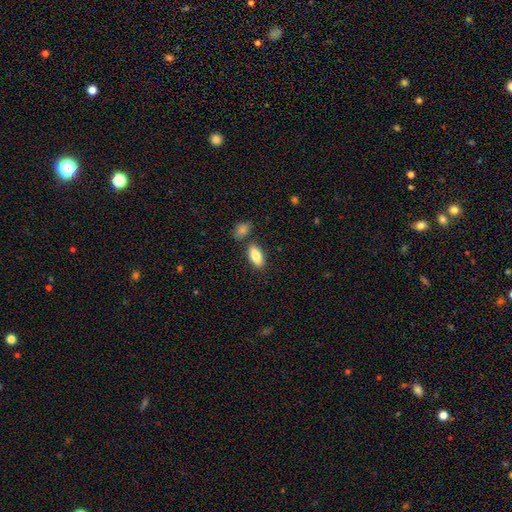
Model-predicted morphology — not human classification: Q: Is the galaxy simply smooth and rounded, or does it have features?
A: smooth — 84%.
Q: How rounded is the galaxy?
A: in between — 87%.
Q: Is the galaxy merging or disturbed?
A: none — 79%.